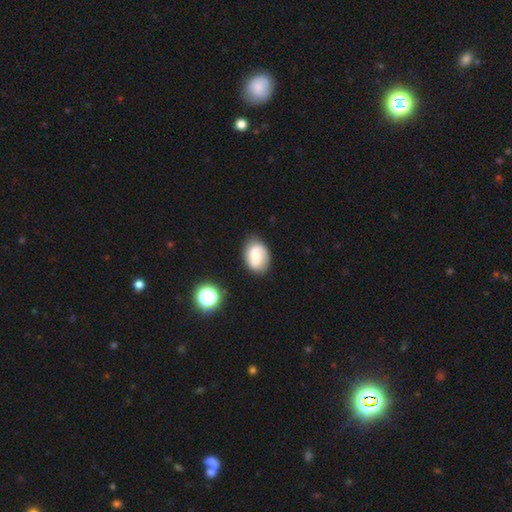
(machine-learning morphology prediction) Overall: smooth (51%; featured or disk 40%). How rounded: in between (74%). Merging: none (77%).